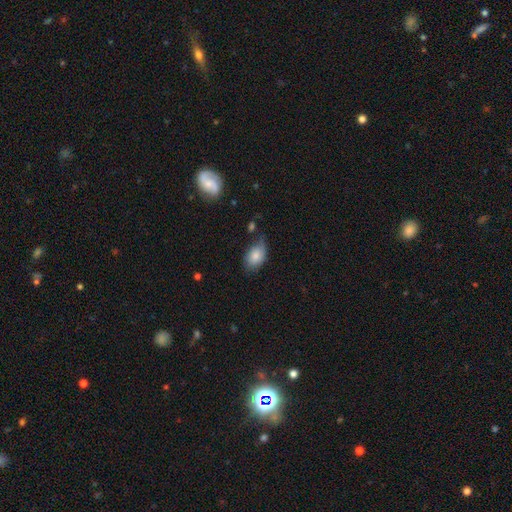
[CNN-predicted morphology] A smooth galaxy with no disk features (81%) that is in between round and cigar-shaped (88%).

Vote fractions:
- Smooth or featured? smooth: 81% / featured or disk: 12% / star or artifact: 7%
- How rounded? in between: 88% / round: 11% / cigar-shaped: 1%
- Merging? none: 53% / minor disturbance: 32% / major disturbance: 10% / merger: 5%